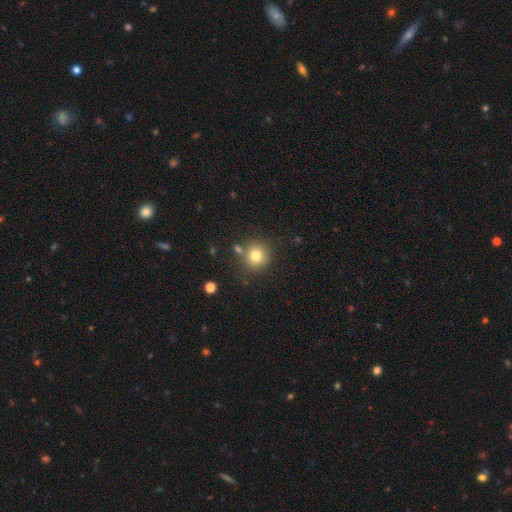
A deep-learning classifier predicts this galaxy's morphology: A smooth galaxy with no disk features (79%) that is round (91%).

Vote fractions:
- Smooth or featured? smooth: 79% / star or artifact: 13% / featured or disk: 9%
- How rounded? round: 91% / in between: 8% / cigar-shaped: 1%
- Merging? none: 77% / minor disturbance: 10% / merger: 9% / major disturbance: 3%